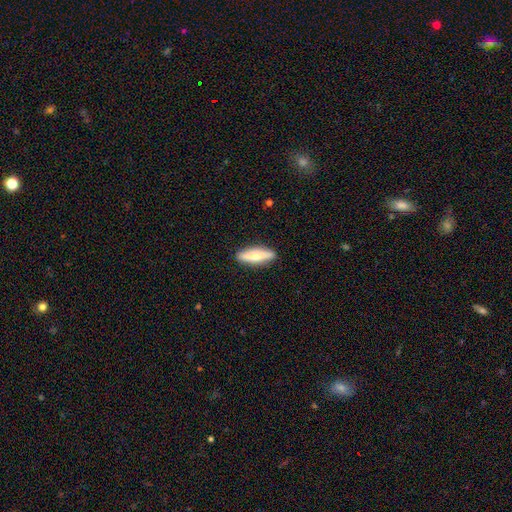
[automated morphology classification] Overall: smooth (68%). How rounded: cigar-shaped (63%; in between 35%). Merging: none (89%).